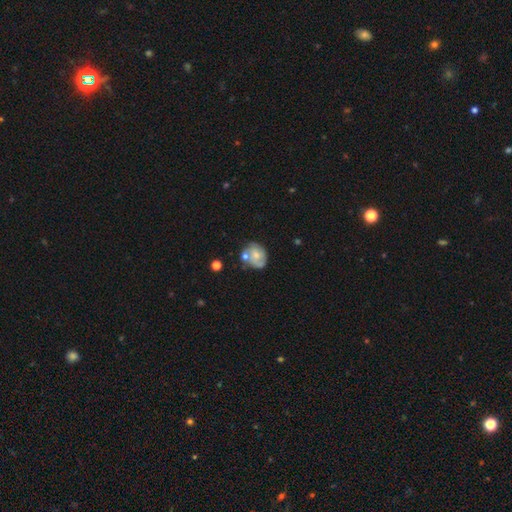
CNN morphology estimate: Q: Smooth or featured?
A: smooth (47%); runner-up: featured or disk (45%)
Q: Merging?
A: none (49%); runner-up: minor disturbance (22%)